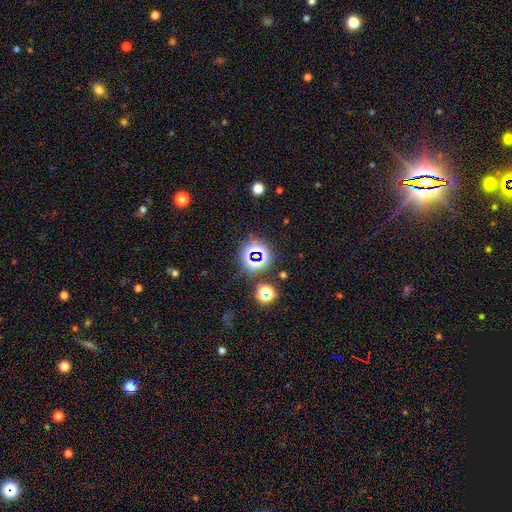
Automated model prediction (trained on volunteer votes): smooth_or_featured: star or artifact (p=0.71) [alt: smooth p=0.20]